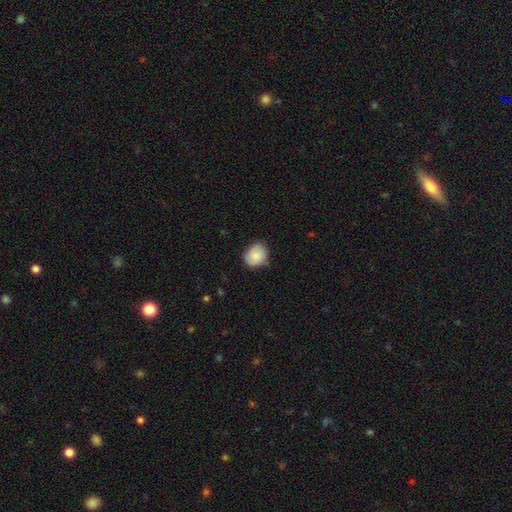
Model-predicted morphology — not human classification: A smooth galaxy with no disk features (86%) that is round (58%). Merging: none (74%).